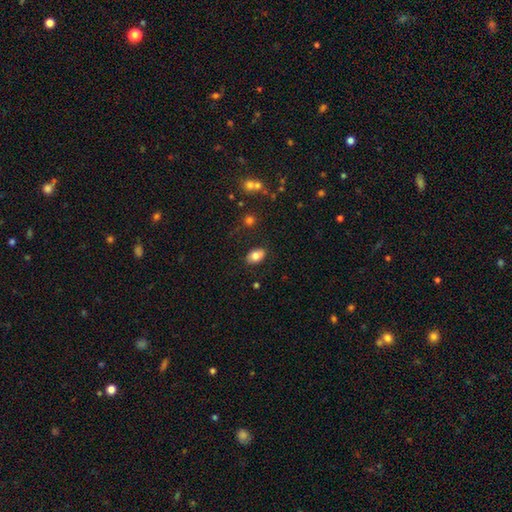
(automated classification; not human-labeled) Overall: smooth (79%). How rounded: in between (90%). Merging: none (84%).